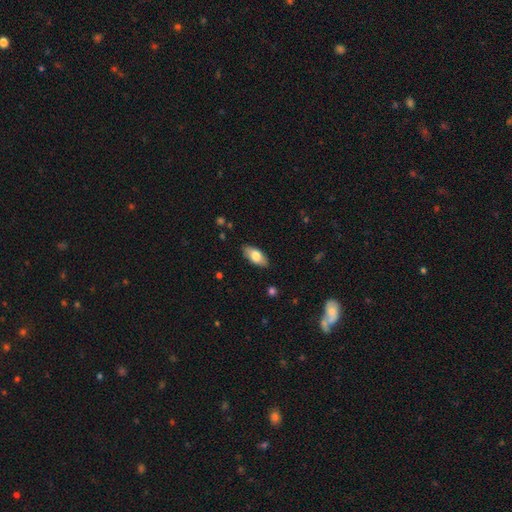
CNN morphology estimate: This is likely a smooth galaxy (75%). How rounded: clearly in between (88%). Merging: clearly none (86%).